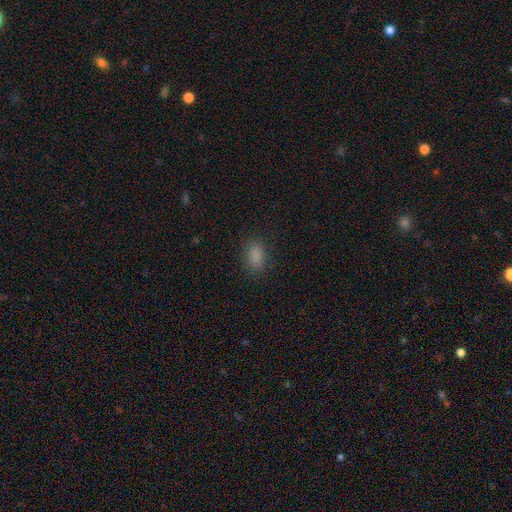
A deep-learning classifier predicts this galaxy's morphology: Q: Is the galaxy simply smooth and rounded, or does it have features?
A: smooth — 85%.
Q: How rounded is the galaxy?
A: in between — 84%.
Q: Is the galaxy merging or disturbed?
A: none — 85%.